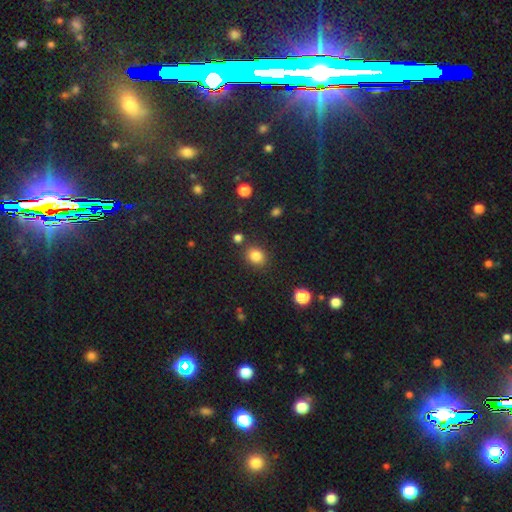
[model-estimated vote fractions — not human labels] This appears to be a smooth galaxy with no disk features (83%) that is round (59%). Merging: none (82%).